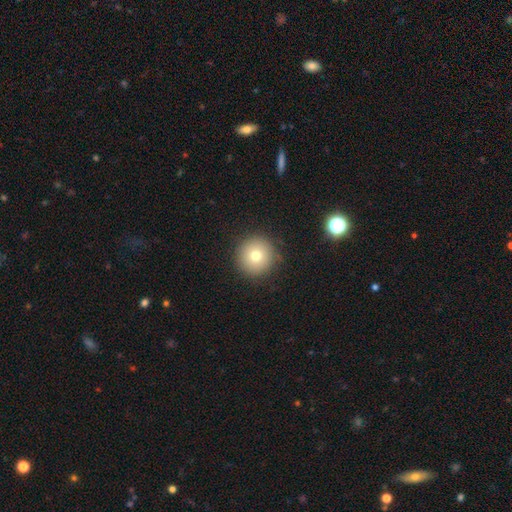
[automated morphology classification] smooth_or_featured: smooth (p=0.75) [alt: featured or disk p=0.13]
how_rounded: round (p=0.95) [alt: in between p=0.04]
merging: none (p=0.89) [alt: minor disturbance p=0.07]